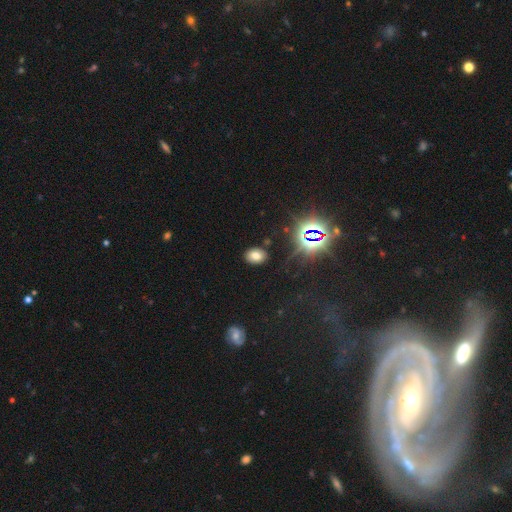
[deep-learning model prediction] The model was most divided on "smooth or featured": smooth: 66%, star or artifact: 24%, featured or disk: 10%. More confident: merging — none (86%); how rounded — in between (71%).